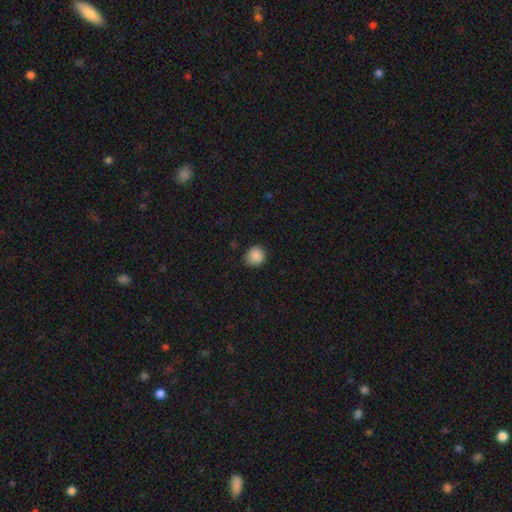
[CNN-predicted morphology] Smooth or featured: smooth — 88% (star or artifact — 9%)
How rounded: round — 83% (in between — 16%)
Merging: none — 80% (minor disturbance — 17%)